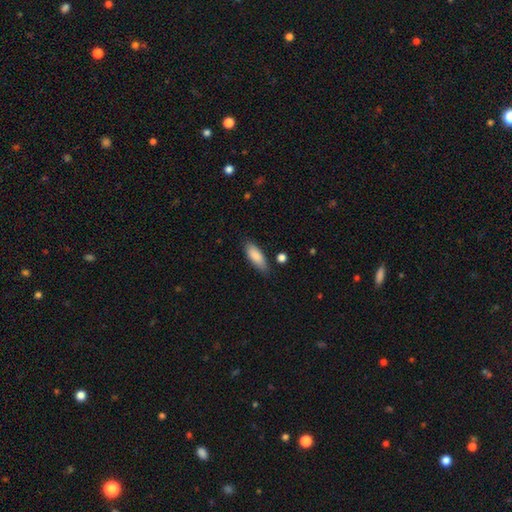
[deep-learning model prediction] Overall: smooth (86%). How rounded: in between (67%; cigar-shaped 31%). Merging: none (79%).